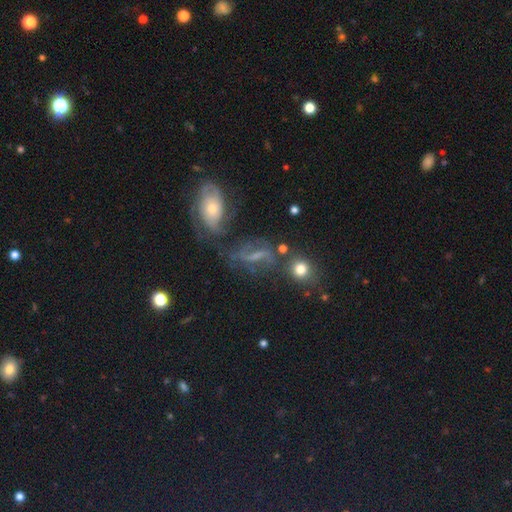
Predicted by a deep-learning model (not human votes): Smooth or featured? featured or disk (58%)
Edge-on disk? no (90%)
Bar? weak (38%)
Spiral arms? yes (78%)
Bulge size? small (37%)
Merging? none (47%)